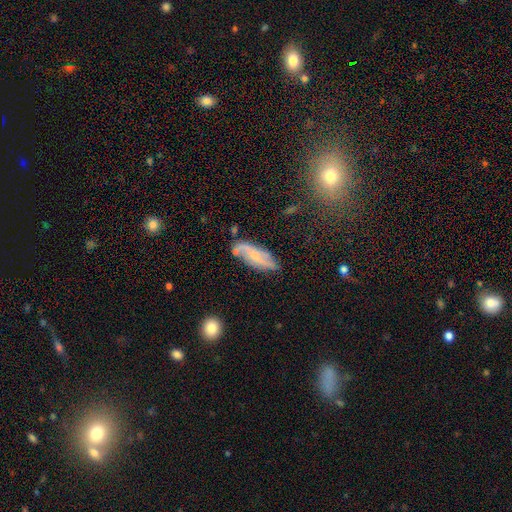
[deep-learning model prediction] This appears to be a featured or disk galaxy (62%) with no bar (48%), spiral arms (85%) and a small central bulge (68%). Merging: none (66%).